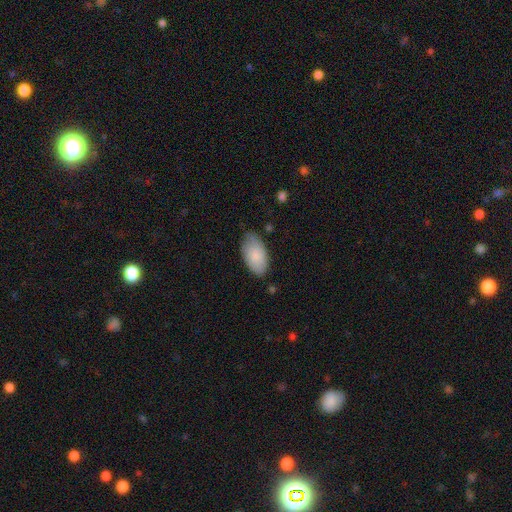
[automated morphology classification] Smooth or featured? smooth (84%)
How rounded? in between (95%)
Merging? none (71%)